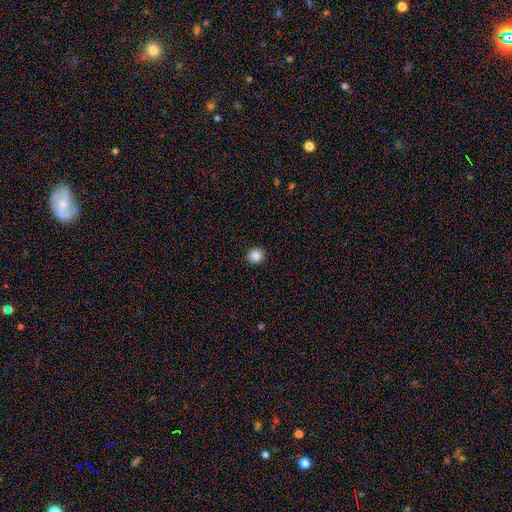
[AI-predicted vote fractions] Smooth or featured? Predicted: smooth (p=0.86). How rounded? Predicted: round (p=0.86). Merging? Predicted: none (p=0.93).